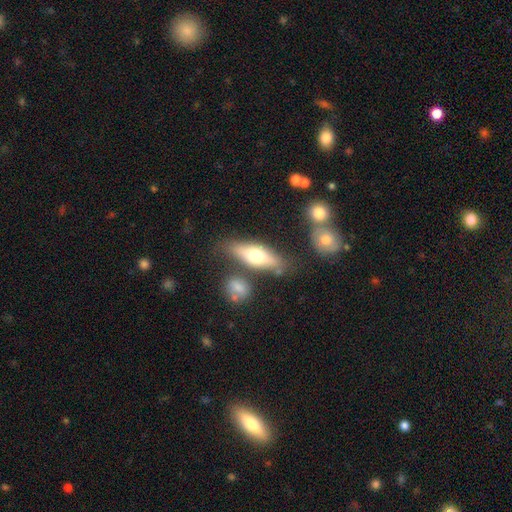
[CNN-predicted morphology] This appears to be a smooth galaxy with no disk features (59%) that is in between round and cigar-shaped (56%). Merging: none (71%).